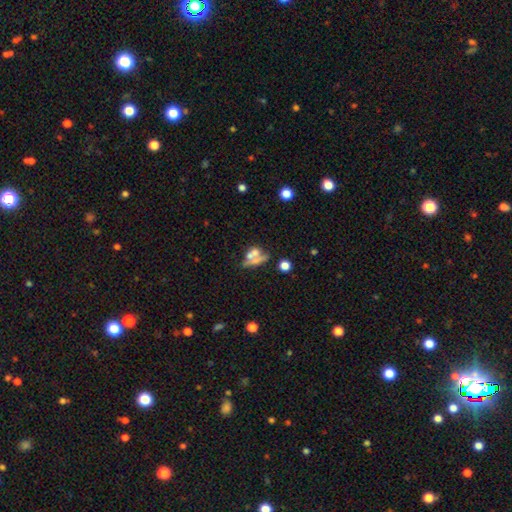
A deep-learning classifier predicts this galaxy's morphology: Overall: smooth (54%; featured or disk 29%). How rounded: in between (50%; round 33%). Merging: merger (47%; none 31%).